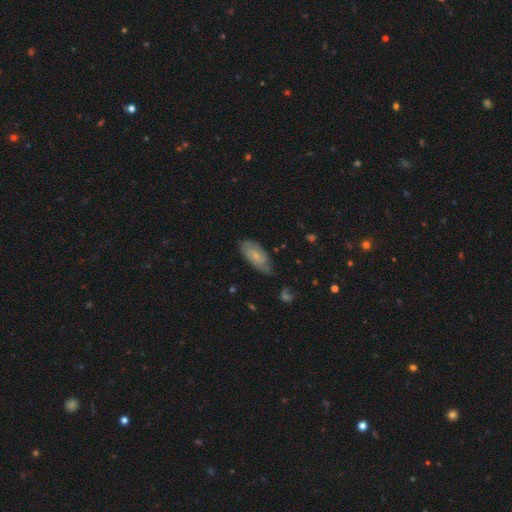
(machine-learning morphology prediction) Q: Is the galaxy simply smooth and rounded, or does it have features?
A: featured or disk — 53%.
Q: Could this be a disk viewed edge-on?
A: no — 92%.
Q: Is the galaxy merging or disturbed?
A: none — 63%.